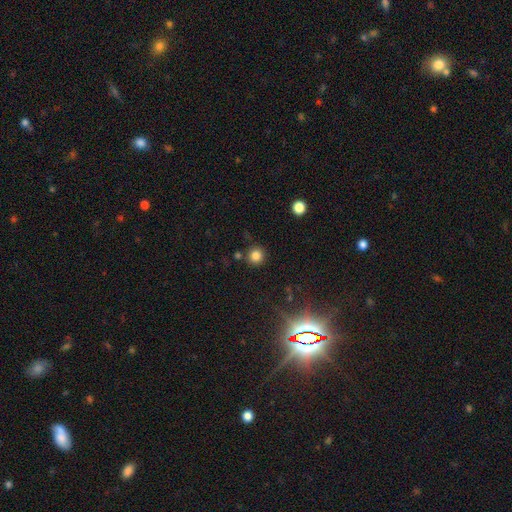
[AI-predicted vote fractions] This appears to be a smooth galaxy with no disk features (81%) that is round (94%). Merging: none (85%).